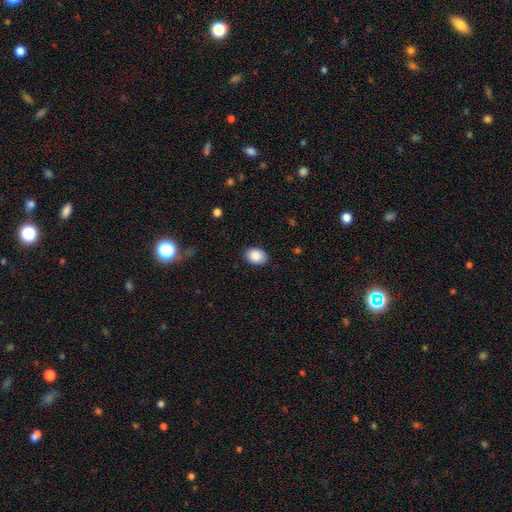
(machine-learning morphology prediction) smooth 89%, star or artifact 7%, featured or disk 4%. Down the decision tree: how rounded — in between (74%); merging — none (86%).